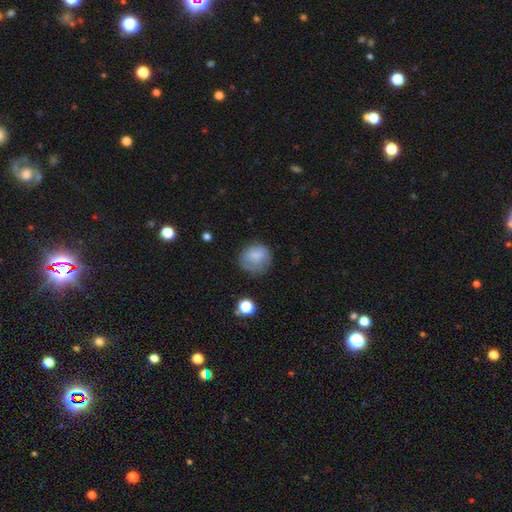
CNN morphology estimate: A smooth galaxy with no disk features (75%) that is round (75%). Merging: none (60%).